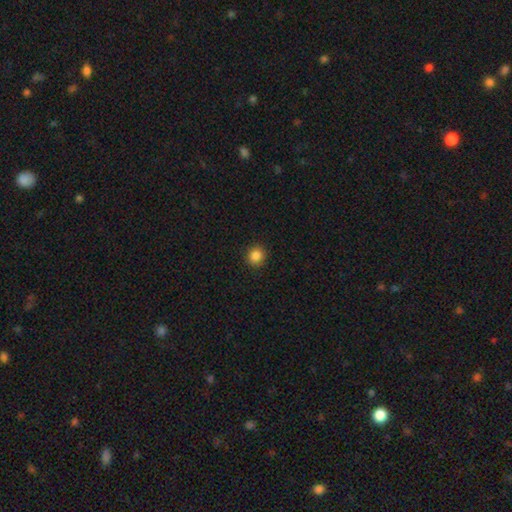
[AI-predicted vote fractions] Smooth or featured? smooth (86%)
How rounded? round (88%)
Merging? none (91%)